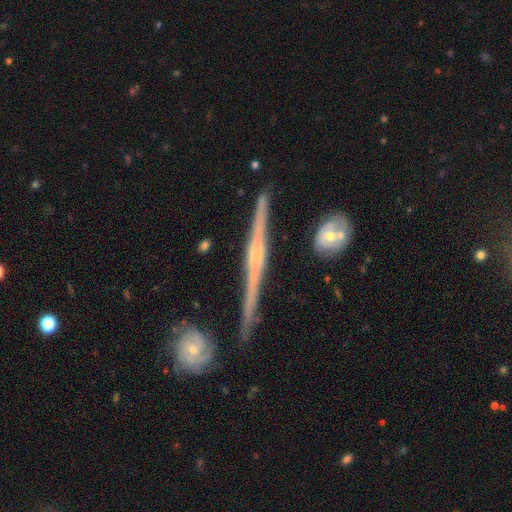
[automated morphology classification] This is clearly a featured or disk galaxy (86%). It is clearly viewed edge-on (98%). Edge-on bulge: possibly rounded (56%). Merging: clearly none (85%).